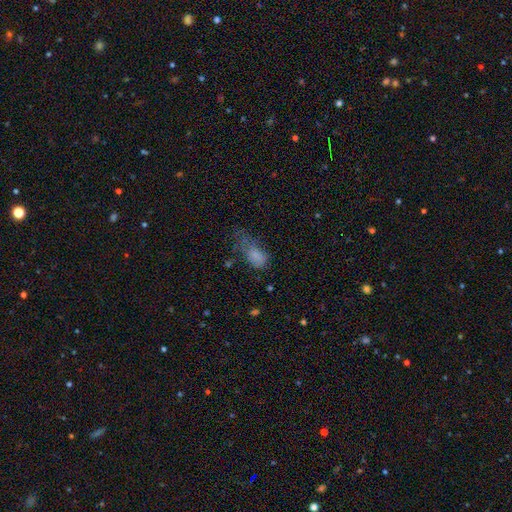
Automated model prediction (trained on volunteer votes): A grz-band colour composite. It shows a smooth galaxy with no disk features (73%) that is in between round and cigar-shaped (89%). Merging: major disturbance (48%).